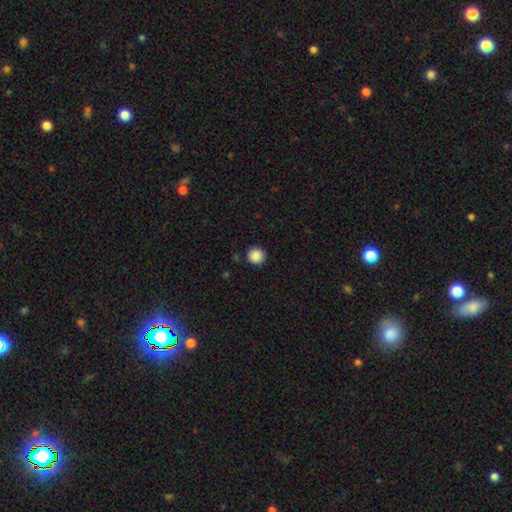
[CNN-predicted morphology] Smooth or featured: smooth — 88% (star or artifact — 9%)
How rounded: round — 94% (in between — 5%)
Merging: none — 91% (minor disturbance — 6%)